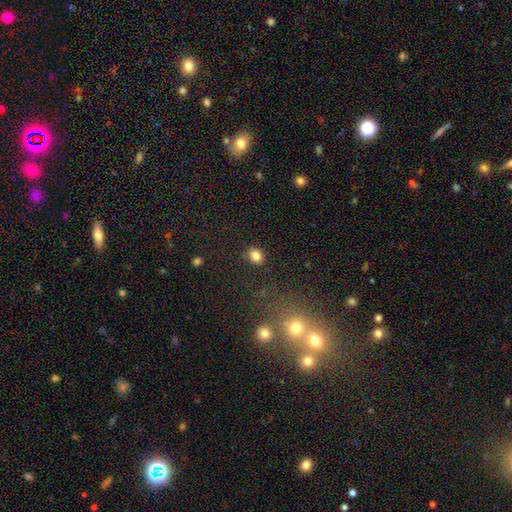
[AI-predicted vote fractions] This appears to be a smooth galaxy with no disk features (83%) that is round (58%). Merging: none (84%).